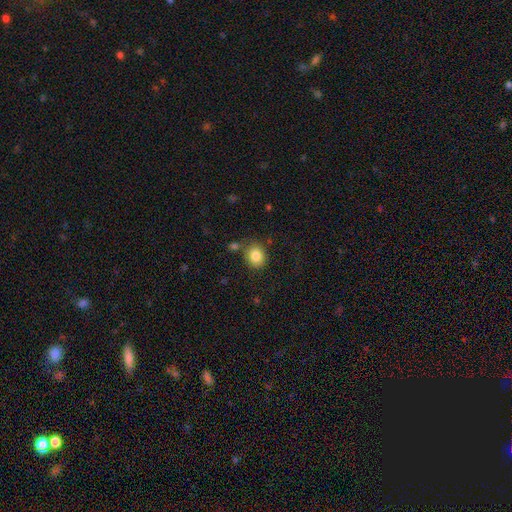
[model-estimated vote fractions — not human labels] smooth 84%, star or artifact 9%, featured or disk 6%. Down the decision tree: how rounded — round (68%); merging — none (74%).